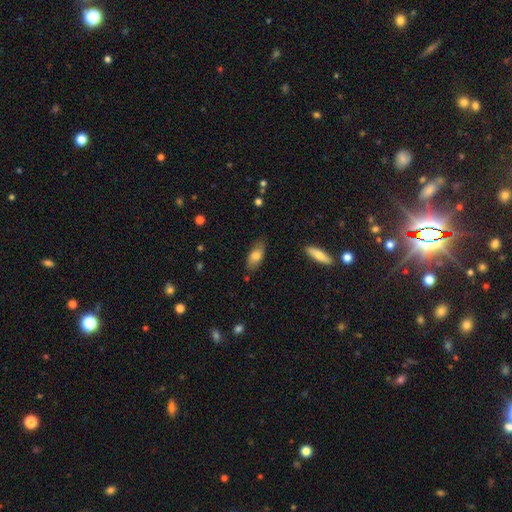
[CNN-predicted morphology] Smooth or featured? smooth (73%)
How rounded? in between (81%)
Merging? none (78%)